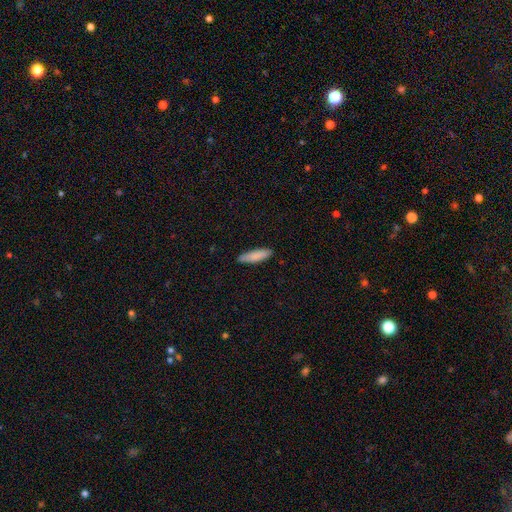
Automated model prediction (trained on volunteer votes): smooth-or-featured: smooth: 85% | featured or disk: 9% | star or artifact: 6%
  how-rounded: cigar-shaped: 65% | in between: 33% | round: 1%
  merging: none: 85% | minor disturbance: 12% | major disturbance: 2% | merger: 1%